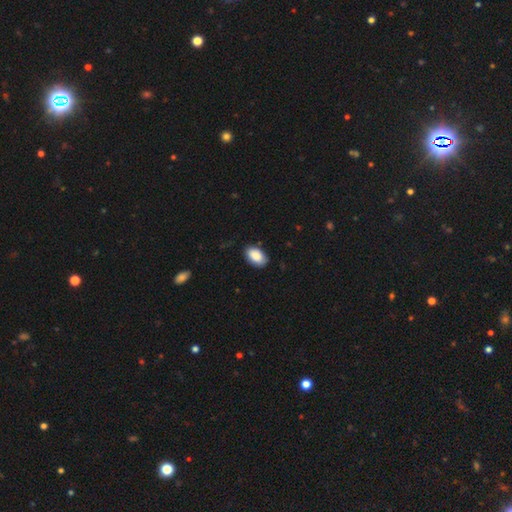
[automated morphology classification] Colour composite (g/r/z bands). It shows a smooth galaxy with no disk features (89%) that is in between round and cigar-shaped (93%). Merging: none (83%).